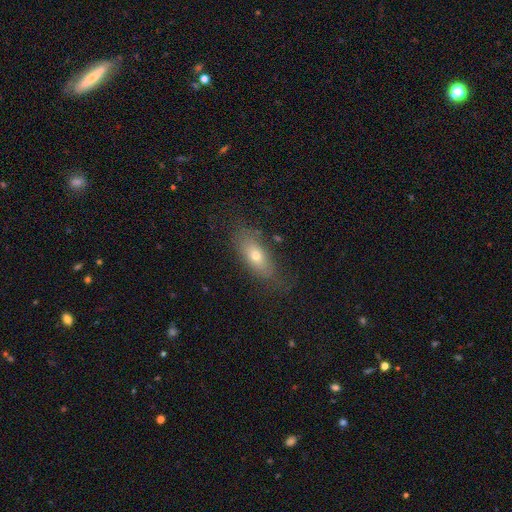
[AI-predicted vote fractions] smooth-or-featured: smooth: 62% | featured or disk: 28% | star or artifact: 10%
  how-rounded: in between: 75% | cigar-shaped: 19% | round: 5%
  merging: none: 70% | minor disturbance: 20% | major disturbance: 8% | merger: 2%